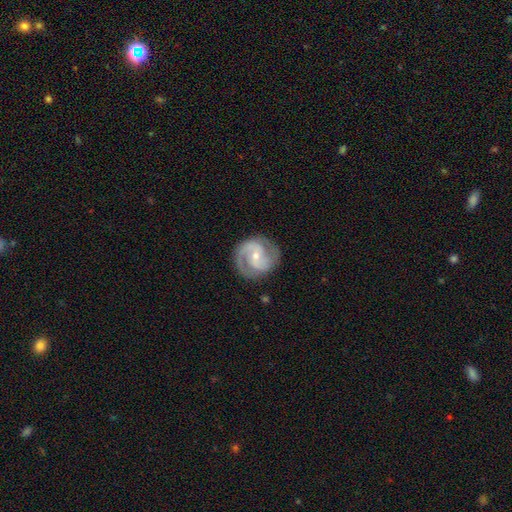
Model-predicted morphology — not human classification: Overall: featured or disk (85%). Edge-on disk: no (98%). Bar: weak (43%; no 37%). Spiral arms: yes (95%). Spiral arm count: 2 (87%). Spiral winding: medium (50%; tight 37%). Bulge size: small (62%; moderate 35%). Merging: none (81%).